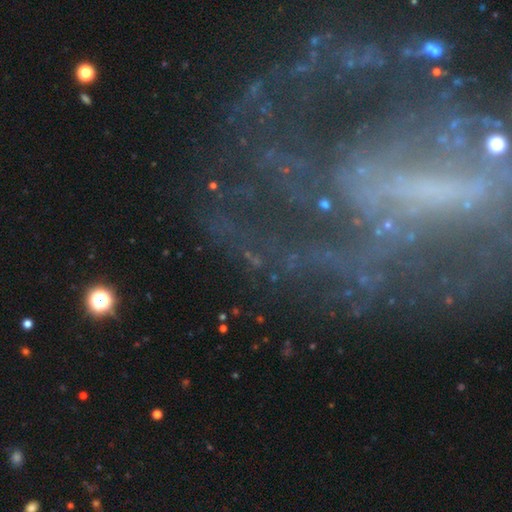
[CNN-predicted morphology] Smooth or featured?
  - featured or disk: 75% *
  - star or artifact: 15%
  - smooth: 9%
Edge-on disk?
  - no: 94% *
  - yes: 6%
Bar?
  - strong: 39% *
  - weak: 31%
  - no: 30%
Spiral arms?
  - yes: 70% *
  - no: 30%
Bulge size?
  - none: 43% *
  - small: 30%
  - moderate: 19%
  - large: 6%
  - dominant: 2%
Merging?
  - none: 56% *
  - major disturbance: 26%
  - minor disturbance: 15%
  - merger: 4%